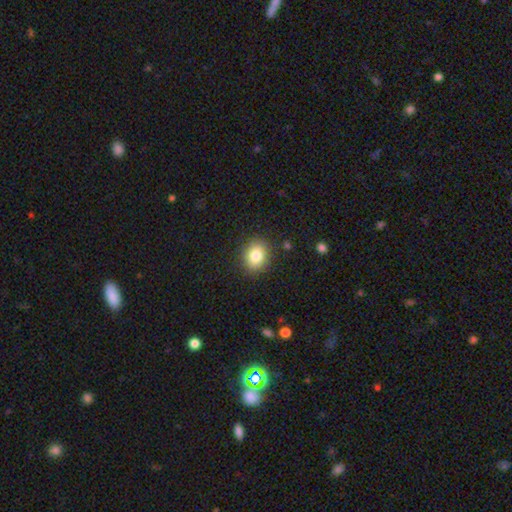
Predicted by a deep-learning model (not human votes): smooth 83%, star or artifact 10%, featured or disk 8%. Down the decision tree: how rounded — round (51%); merging — none (88%).